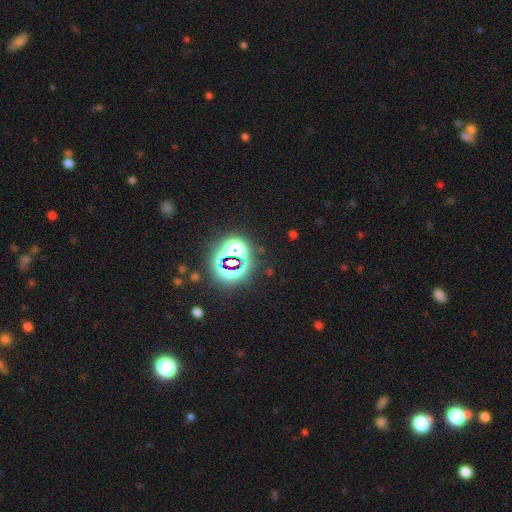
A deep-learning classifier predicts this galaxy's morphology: Smooth or featured? Predicted: star or artifact (p=0.83).